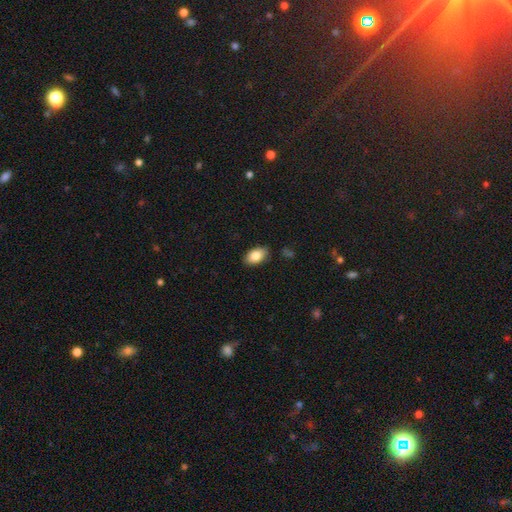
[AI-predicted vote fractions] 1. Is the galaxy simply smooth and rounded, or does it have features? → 82% smooth, 11% featured or disk, 7% star or artifact.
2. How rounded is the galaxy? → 91% in between, 7% round, 2% cigar-shaped.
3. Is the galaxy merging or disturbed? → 86% none, 11% minor disturbance, 2% major disturbance, 1% merger.